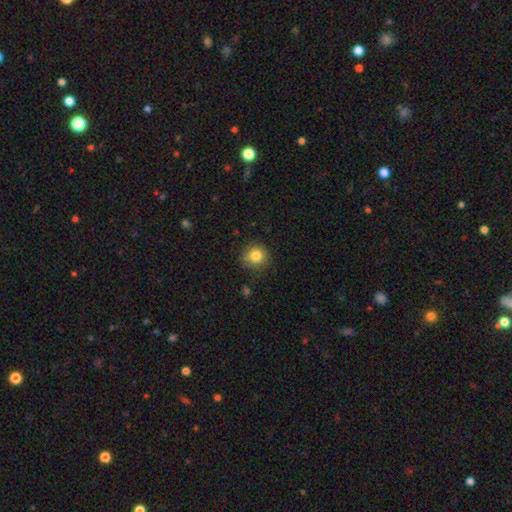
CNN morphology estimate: Smooth or featured? Predicted: smooth (p=0.83). How rounded? Predicted: round (p=0.91). Merging? Predicted: none (p=0.82).